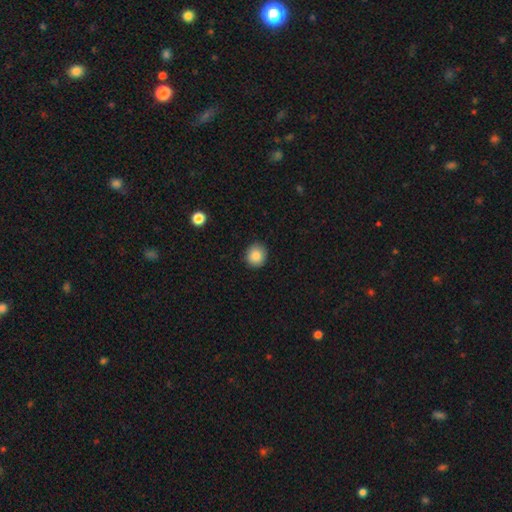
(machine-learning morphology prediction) A smooth galaxy with no disk features (87%) that is round (85%). Merging: none (90%).